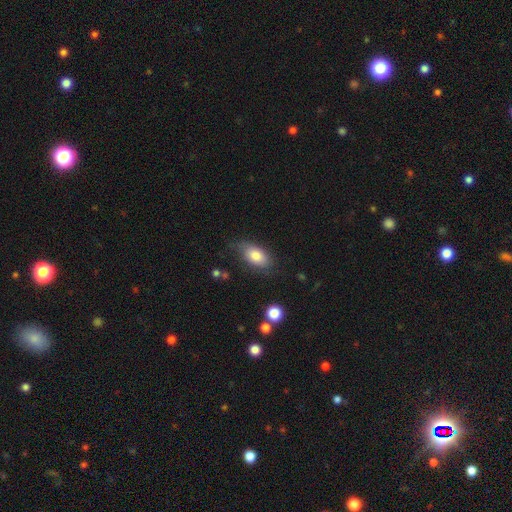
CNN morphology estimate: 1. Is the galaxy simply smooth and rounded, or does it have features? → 79% smooth, 14% featured or disk, 7% star or artifact.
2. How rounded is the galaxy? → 90% in between, 6% round, 4% cigar-shaped.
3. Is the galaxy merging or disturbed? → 66% none, 25% minor disturbance, 7% major disturbance, 2% merger.